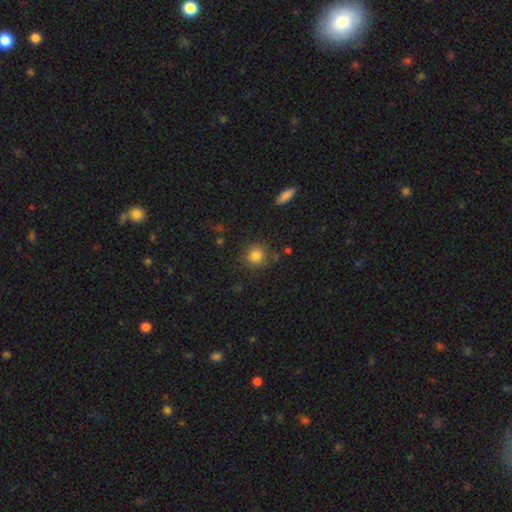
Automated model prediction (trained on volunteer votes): Q: Smooth or featured?
A: smooth (83%); runner-up: star or artifact (11%)
Q: How rounded?
A: round (91%); runner-up: in between (8%)
Q: Merging?
A: none (79%); runner-up: minor disturbance (13%)